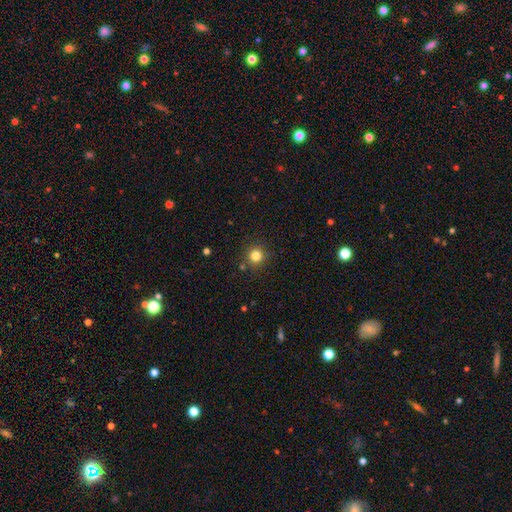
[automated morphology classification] Smooth or featured? smooth (82%)
How rounded? round (94%)
Merging? none (88%)